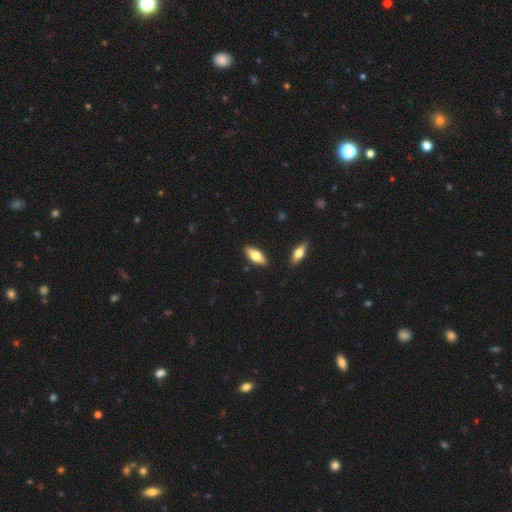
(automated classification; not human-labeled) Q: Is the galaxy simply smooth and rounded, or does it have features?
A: smooth — 61%.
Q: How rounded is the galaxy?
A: in between — 69%.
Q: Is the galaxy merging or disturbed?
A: none — 87%.